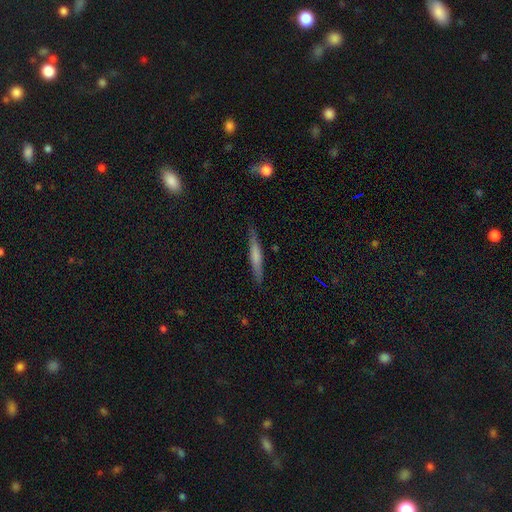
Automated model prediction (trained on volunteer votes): The model was most divided on "smooth or featured": smooth: 58%, featured or disk: 36%, star or artifact: 6%. More confident: how rounded — cigar-shaped (95%); merging — none (87%).